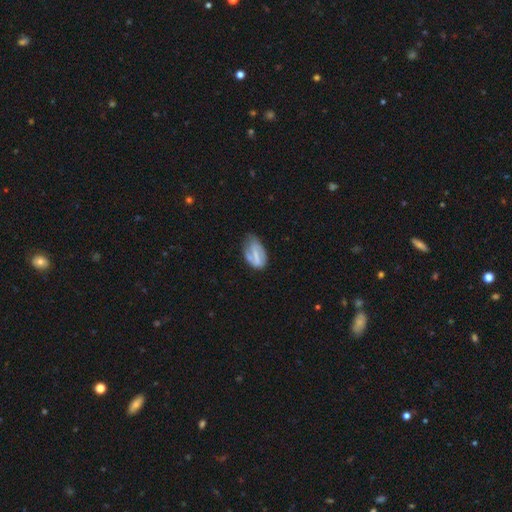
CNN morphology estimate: Smooth or featured: smooth — 47% (featured or disk — 45%)
Merging: none — 41% (minor disturbance — 38%)